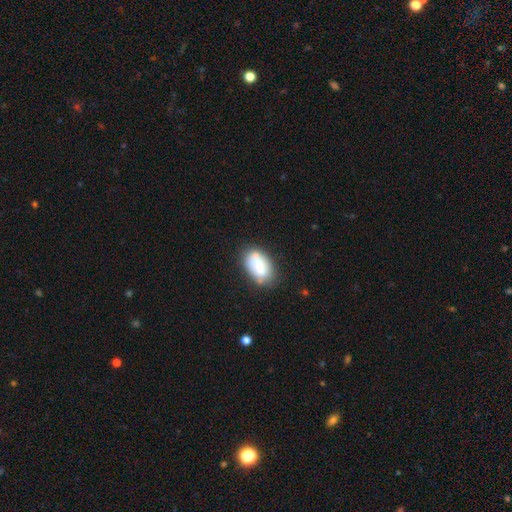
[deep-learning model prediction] Smooth or featured?
  - smooth: 72% *
  - featured or disk: 20%
  - star or artifact: 8%
How rounded?
  - in between: 91% *
  - round: 7%
  - cigar-shaped: 2%
Merging?
  - none: 55% *
  - minor disturbance: 23%
  - merger: 16%
  - major disturbance: 7%